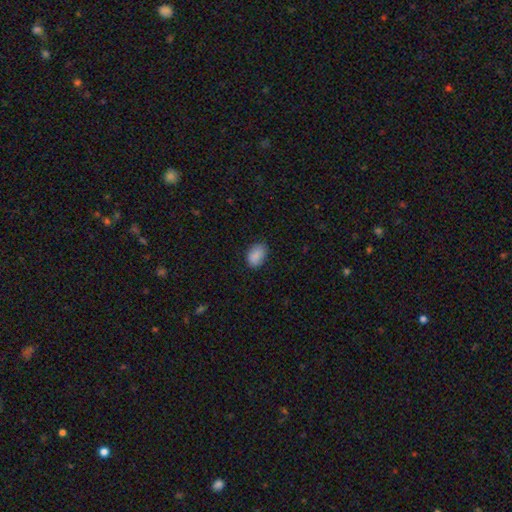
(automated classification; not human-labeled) A smooth galaxy with no disk features (88%) that is in between round and cigar-shaped (84%).

Vote fractions:
- Smooth or featured? smooth: 88% / star or artifact: 8% / featured or disk: 4%
- How rounded? in between: 84% / round: 14% / cigar-shaped: 1%
- Merging? none: 80% / minor disturbance: 16% / major disturbance: 3% / merger: 1%